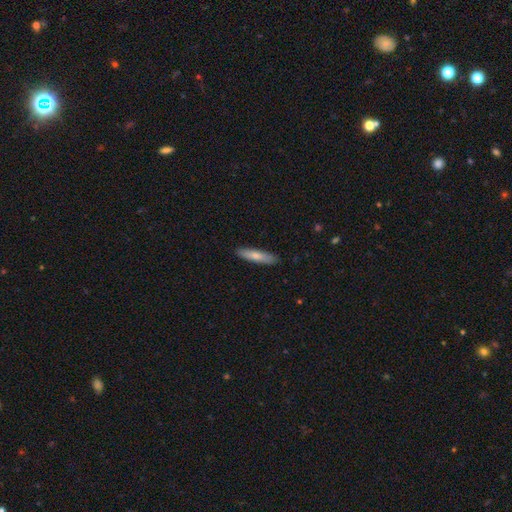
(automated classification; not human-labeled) This is likely a smooth galaxy (74%). How rounded: clearly cigar-shaped (82%). Merging: clearly none (89%).